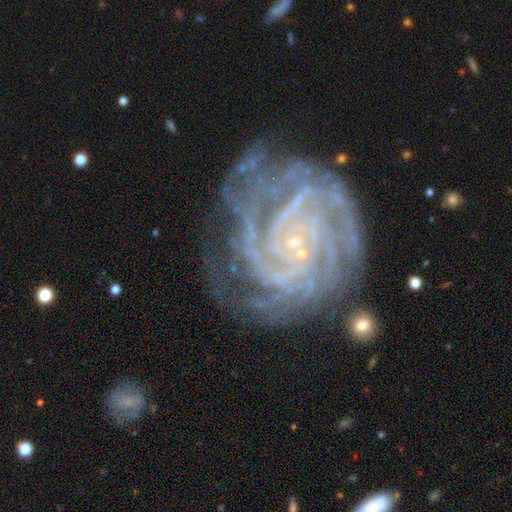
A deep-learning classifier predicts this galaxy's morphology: This is clearly a featured or disk galaxy (90%). It is clearly not viewed edge-on (98%). Bar: likely no (69%). Spiral arm pattern: clearly yes (98%). Spiral arm count: marginally 4 (27%). Spiral winding: clearly tight (81%). Central bulge: clearly small (88%). Merging: likely none (65%).